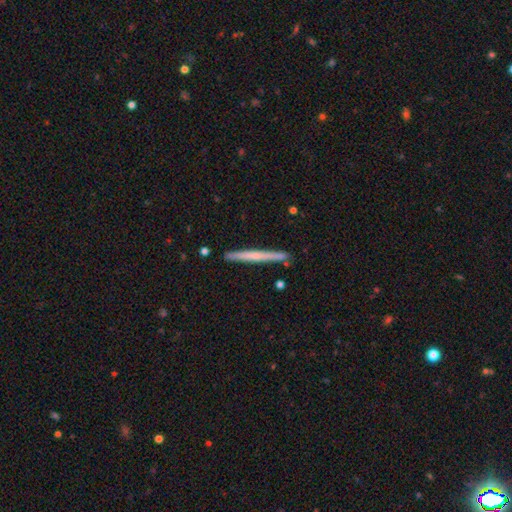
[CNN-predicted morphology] type=smooth (50%); roundness=cigar-shaped (97%); merging=none (89%).